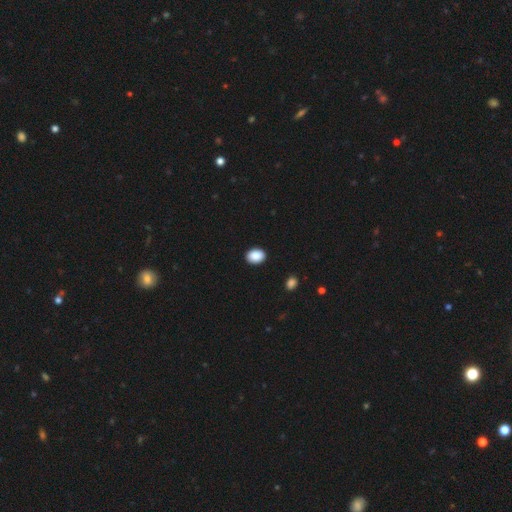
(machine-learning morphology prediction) Smooth or featured: smooth — 90% (star or artifact — 8%)
How rounded: in between — 66% (round — 33%)
Merging: none — 91% (minor disturbance — 6%)